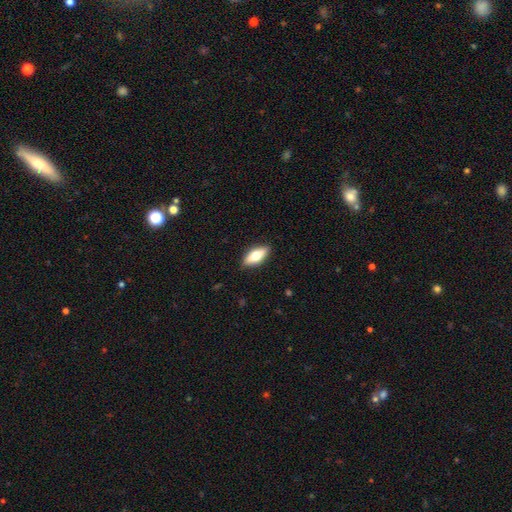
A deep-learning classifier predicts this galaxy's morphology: Smooth or featured: smooth — 65% (featured or disk — 29%)
How rounded: in between — 76% (cigar-shaped — 21%)
Merging: none — 88% (minor disturbance — 9%)